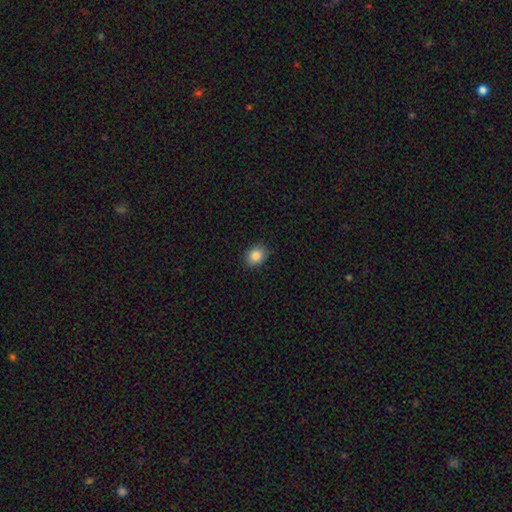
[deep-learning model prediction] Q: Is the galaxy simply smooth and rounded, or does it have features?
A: smooth — 86%.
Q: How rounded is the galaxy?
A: in between — 53%.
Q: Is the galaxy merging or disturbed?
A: none — 89%.